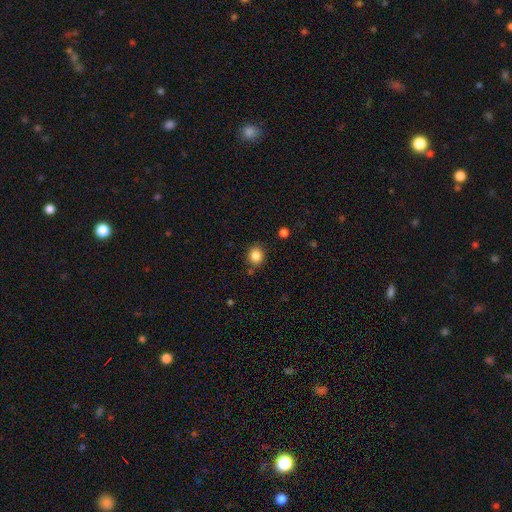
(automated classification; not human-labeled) This is clearly a smooth galaxy (86%). How rounded: clearly round (81%). Merging: clearly none (83%).